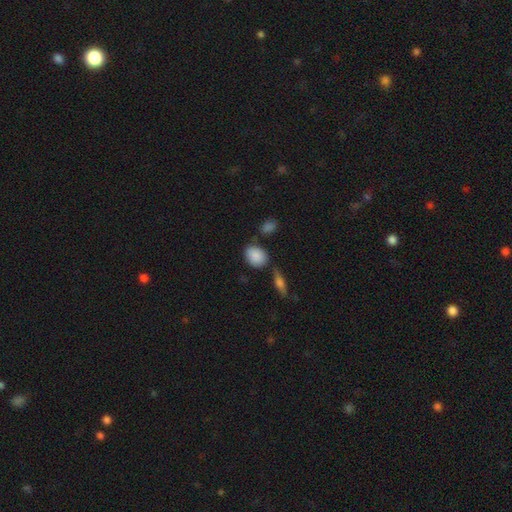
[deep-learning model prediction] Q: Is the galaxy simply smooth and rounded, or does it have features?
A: smooth — 86%.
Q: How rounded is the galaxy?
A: in between — 63%.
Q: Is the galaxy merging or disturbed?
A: none — 69%.